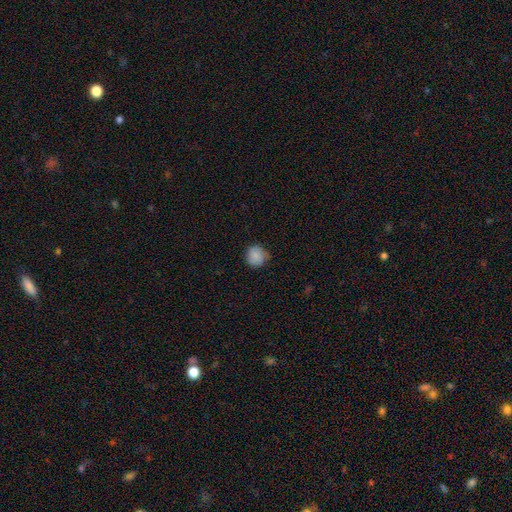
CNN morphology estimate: Overall: smooth (84%). How rounded: round (87%). Merging: none (75%).